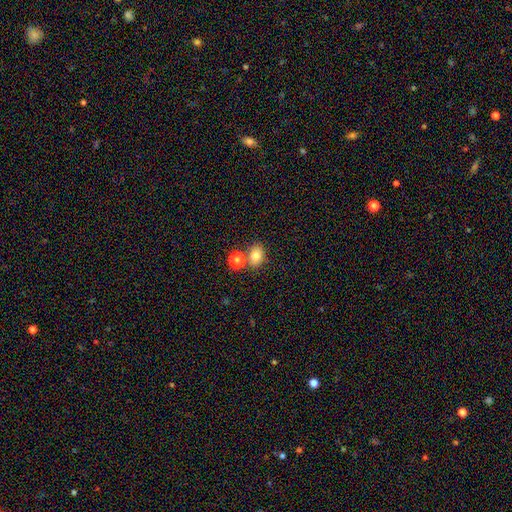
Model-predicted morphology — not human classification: Smooth or featured?
  - smooth: 79% *
  - star or artifact: 12%
  - featured or disk: 9%
How rounded?
  - in between: 60% *
  - round: 39%
  - cigar-shaped: 1%
Merging?
  - none: 68% *
  - merger: 19%
  - minor disturbance: 10%
  - major disturbance: 3%